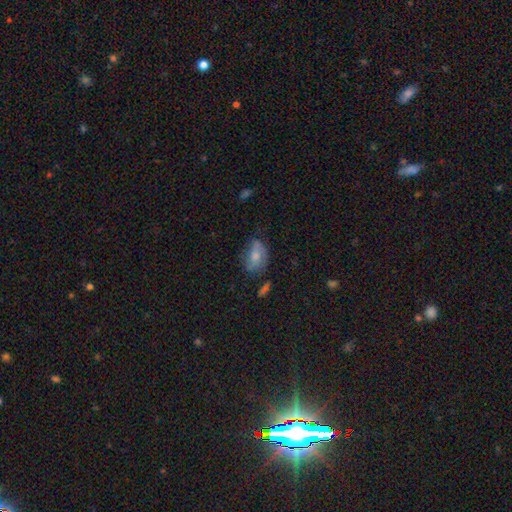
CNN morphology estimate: A smooth galaxy with no disk features (56%) that is in between round and cigar-shaped (81%).

Vote fractions:
- Smooth or featured? smooth: 56% / featured or disk: 35% / star or artifact: 8%
- How rounded? in between: 81% / round: 16% / cigar-shaped: 3%
- Merging? none: 50% / minor disturbance: 32% / major disturbance: 15% / merger: 4%